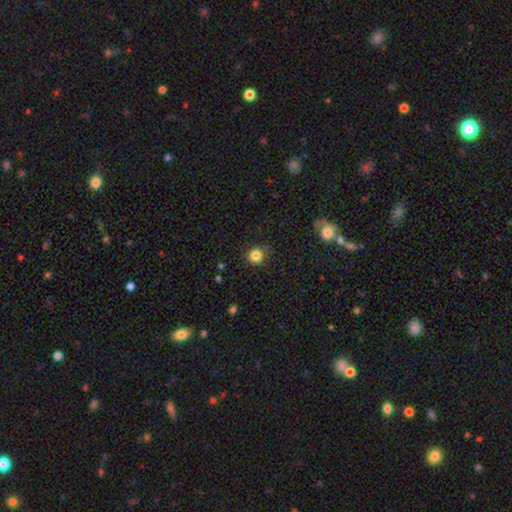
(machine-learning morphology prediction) A smooth galaxy with no disk features (84%) that is round (91%).

Vote fractions:
- Smooth or featured? smooth: 84% / star or artifact: 12% / featured or disk: 4%
- How rounded? round: 91% / in between: 8% / cigar-shaped: 1%
- Merging? none: 81% / minor disturbance: 14% / major disturbance: 4% / merger: 2%